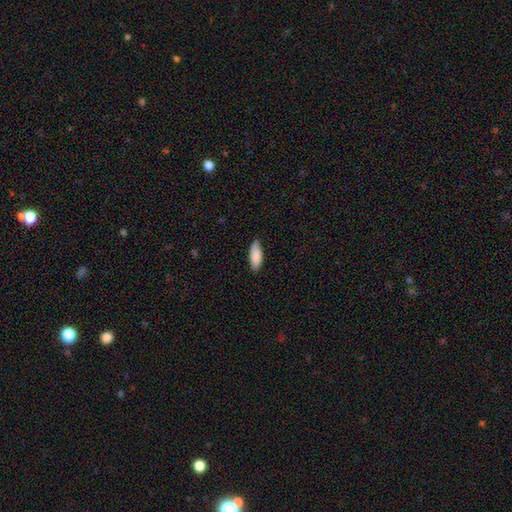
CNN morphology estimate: This appears to be a smooth galaxy with no disk features (87%) that is in between round and cigar-shaped (73%). Merging: none (76%).